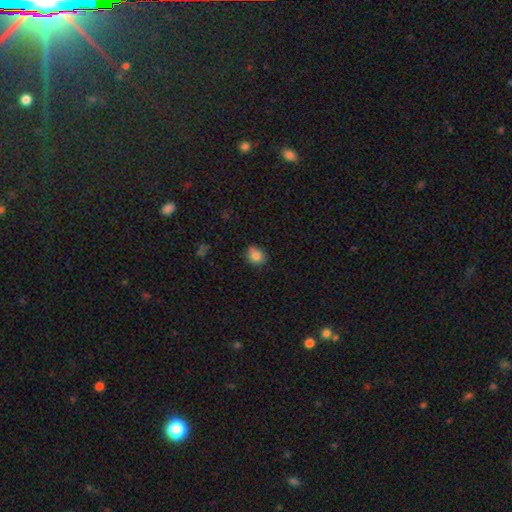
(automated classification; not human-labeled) smooth-or-featured: smooth: 85% | star or artifact: 10% | featured or disk: 5%
  how-rounded: round: 54% | in between: 45% | cigar-shaped: 1%
  merging: none: 81% | minor disturbance: 15% | major disturbance: 3% | merger: 1%